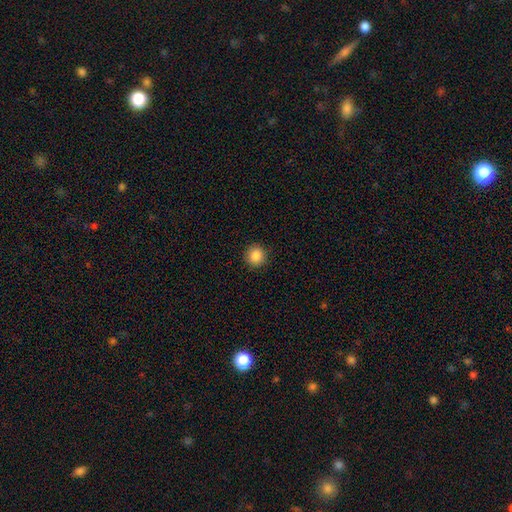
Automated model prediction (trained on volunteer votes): Overall: smooth (87%). How rounded: round (93%). Merging: none (92%).